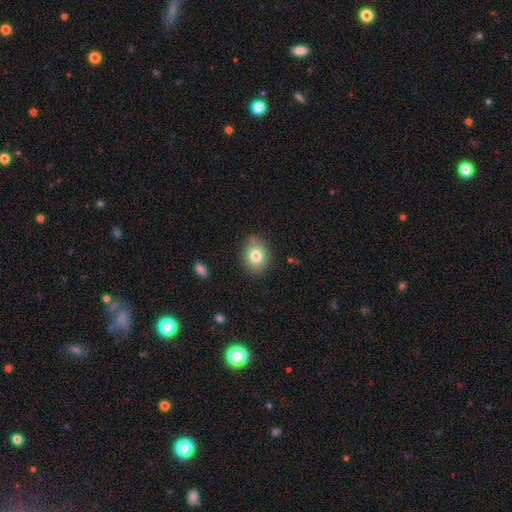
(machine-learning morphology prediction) Overall: smooth (79%). How rounded: round (52%; in between 47%). Merging: none (80%).